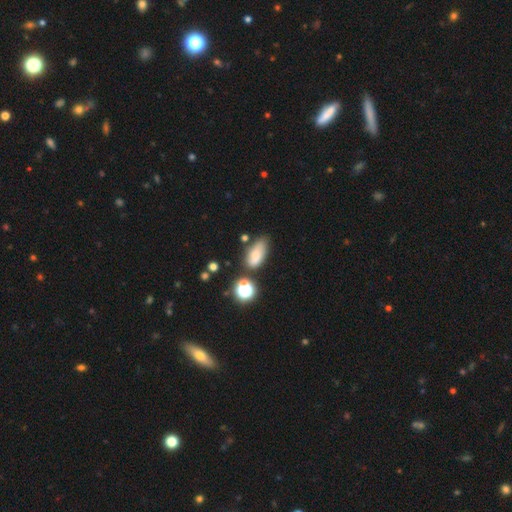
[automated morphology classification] type=smooth (75%); roundness=in between (83%); merging=none (54%).